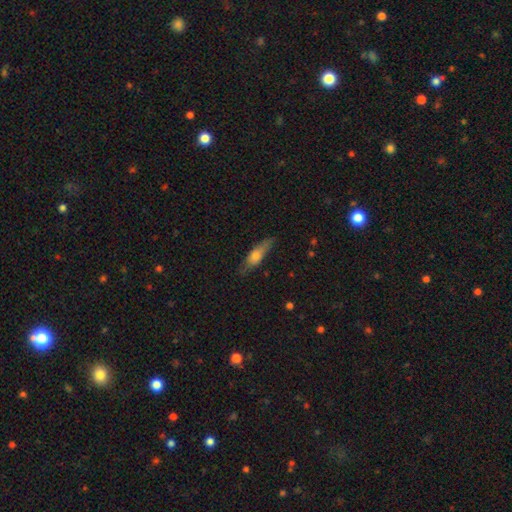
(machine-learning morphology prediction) smooth-or-featured: smooth: 60% | featured or disk: 33% | star or artifact: 7%
  how-rounded: cigar-shaped: 60% | in between: 37% | round: 3%
  merging: none: 69% | minor disturbance: 23% | major disturbance: 6% | merger: 2%